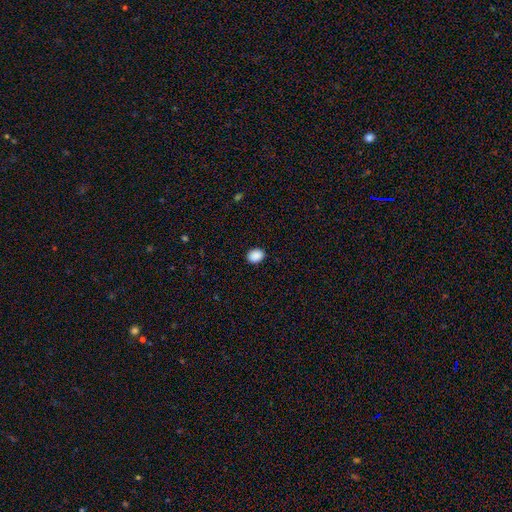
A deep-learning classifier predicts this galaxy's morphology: Q: Smooth or featured?
A: smooth (90%); runner-up: star or artifact (8%)
Q: How rounded?
A: in between (57%); runner-up: round (42%)
Q: Merging?
A: none (91%); runner-up: minor disturbance (6%)